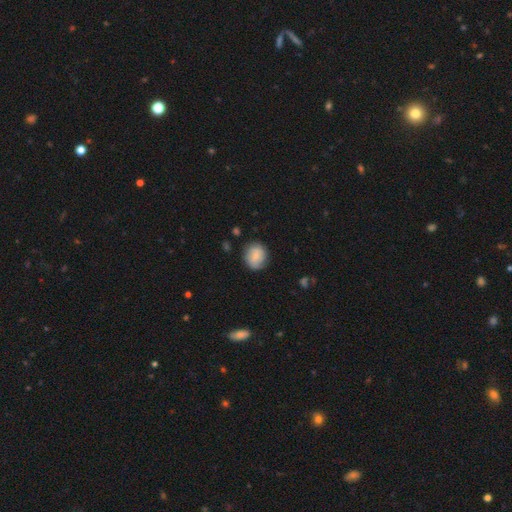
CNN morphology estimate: Smooth or featured? smooth (73%)
How rounded? round (78%)
Merging? none (78%)